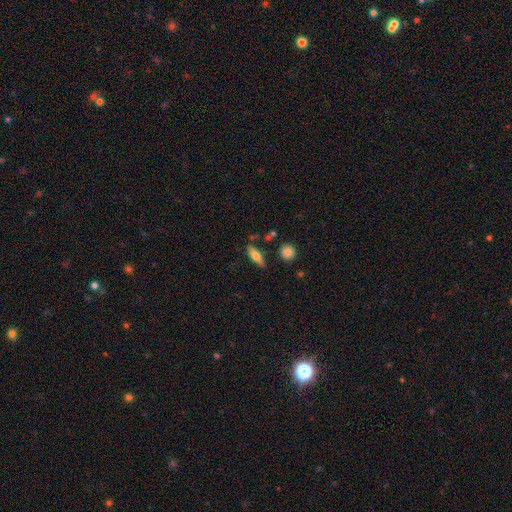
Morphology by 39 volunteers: smooth_or_featured: smooth (p=0.62) [alt: featured or disk p=0.33]
how_rounded: in between (p=0.58) [alt: cigar-shaped p=0.38]
merging: none (p=0.78) [alt: minor disturbance p=0.11]